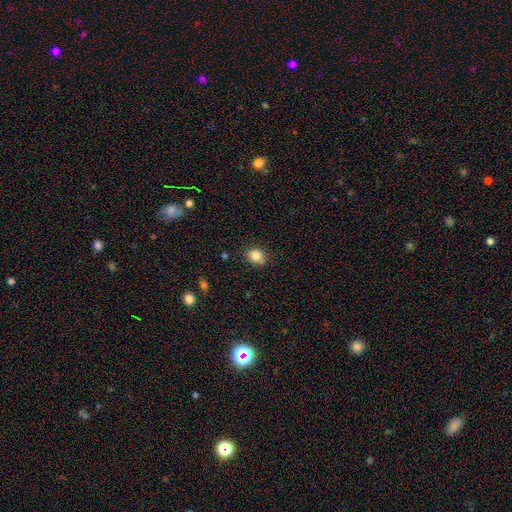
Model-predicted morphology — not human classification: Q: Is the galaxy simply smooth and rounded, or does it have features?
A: smooth — 84%.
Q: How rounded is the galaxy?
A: round — 66%.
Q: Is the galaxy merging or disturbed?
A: none — 79%.